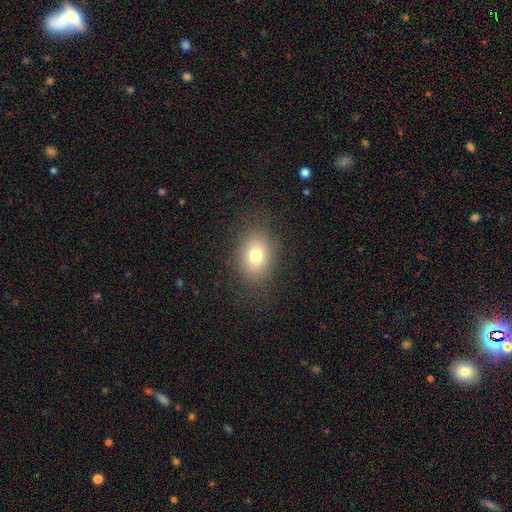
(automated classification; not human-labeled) Smooth or featured? smooth (75%)
How rounded? in between (62%)
Merging? none (83%)